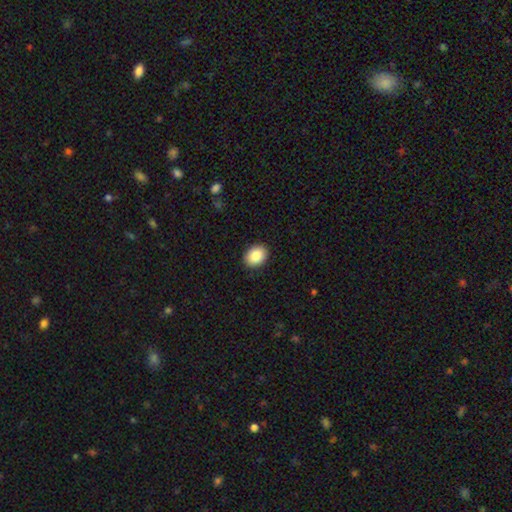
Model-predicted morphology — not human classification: smooth_or_featured: smooth (p=0.88) [alt: star or artifact p=0.07]
how_rounded: in between (p=0.66) [alt: round p=0.33]
merging: none (p=0.90) [alt: minor disturbance p=0.07]